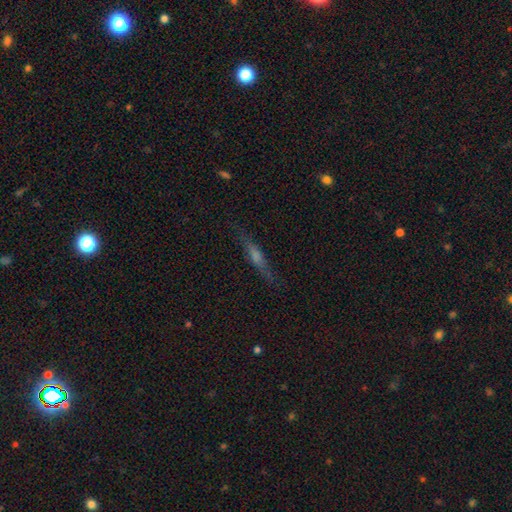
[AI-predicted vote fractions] Q: Smooth or featured?
A: featured or disk (58%); runner-up: smooth (31%)
Q: Edge-on disk?
A: yes (90%); runner-up: no (10%)
Q: Edge-on bulge?
A: rounded (54%); runner-up: none (24%)
Q: Merging?
A: none (81%); runner-up: minor disturbance (13%)